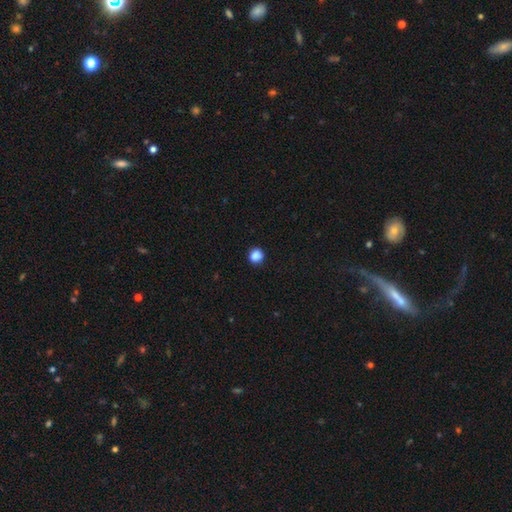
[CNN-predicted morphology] Overall: smooth (87%). How rounded: round (83%). Merging: none (87%).